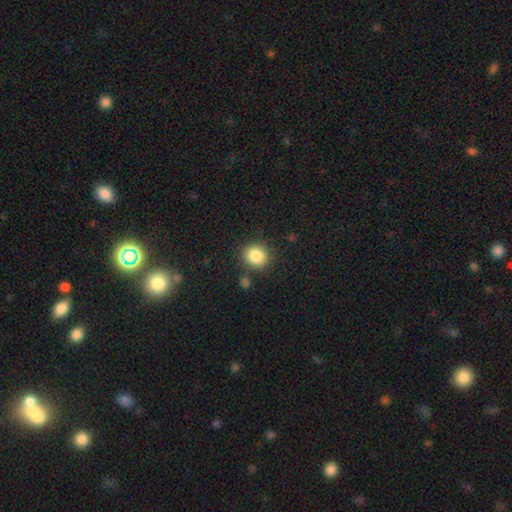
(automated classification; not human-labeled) The model was most divided on "how rounded": round: 83%, in between: 17%, cigar-shaped: 1%. More confident: smooth or featured — smooth (85%); merging — none (84%).